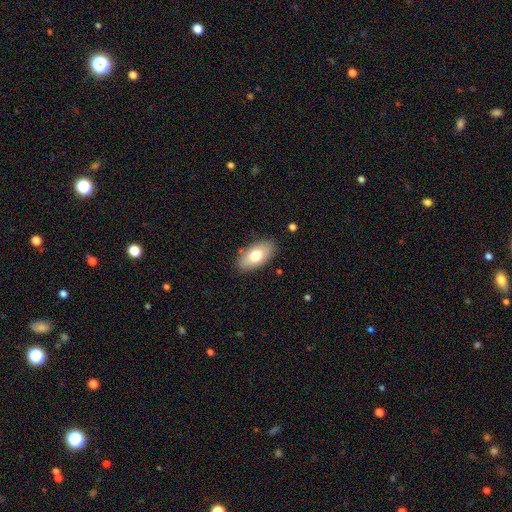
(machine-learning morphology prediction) This appears to be a smooth galaxy with no disk features (74%) that is in between round and cigar-shaped (92%). Merging: none (85%).